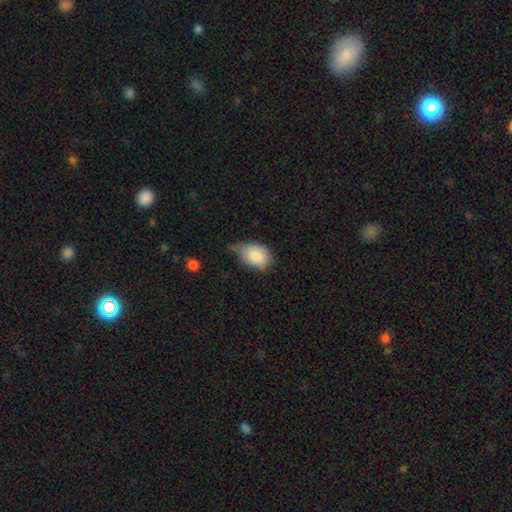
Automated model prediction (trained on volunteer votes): This is clearly a smooth galaxy (82%). How rounded: clearly in between (81%). Merging: possibly minor disturbance (49%).